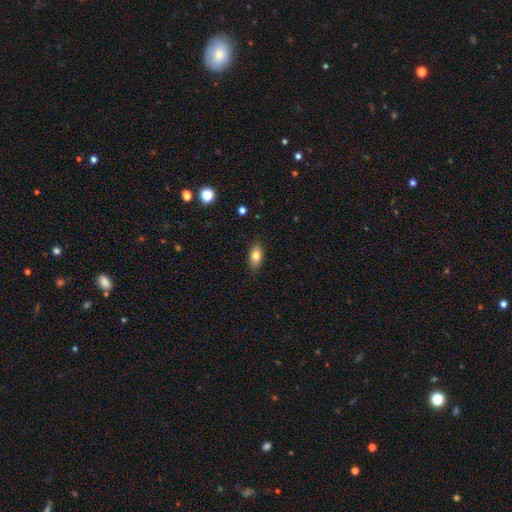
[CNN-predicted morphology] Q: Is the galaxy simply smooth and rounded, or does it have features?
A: smooth — 82%.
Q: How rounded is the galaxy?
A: in between — 89%.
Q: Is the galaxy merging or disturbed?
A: none — 85%.